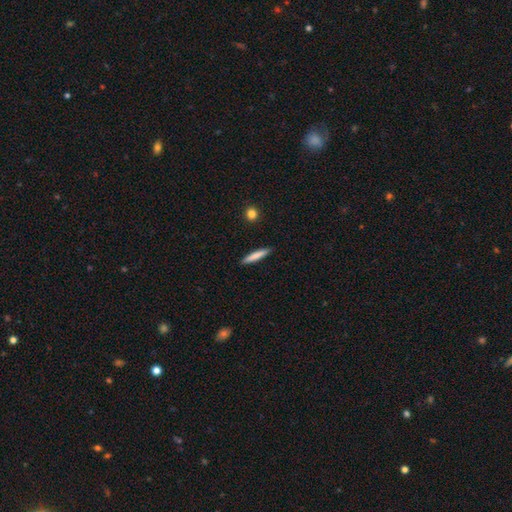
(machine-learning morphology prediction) Smooth or featured?
  - smooth: 77% *
  - featured or disk: 17%
  - star or artifact: 6%
How rounded?
  - cigar-shaped: 93% *
  - in between: 6%
  - round: 1%
Merging?
  - none: 91% *
  - minor disturbance: 6%
  - major disturbance: 2%
  - merger: 1%